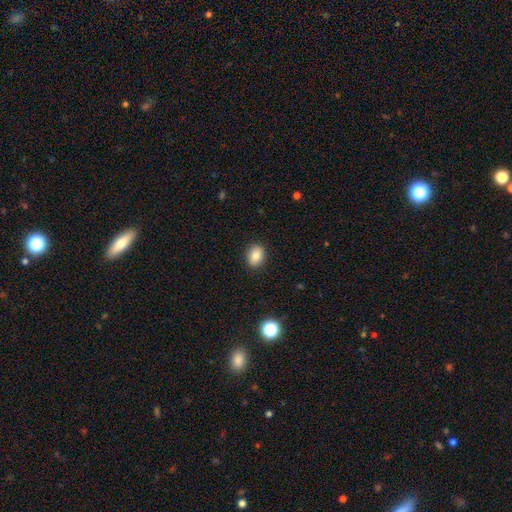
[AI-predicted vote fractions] Q: Smooth or featured?
A: smooth (83%); runner-up: star or artifact (9%)
Q: How rounded?
A: in between (65%); runner-up: round (34%)
Q: Merging?
A: none (89%); runner-up: minor disturbance (8%)